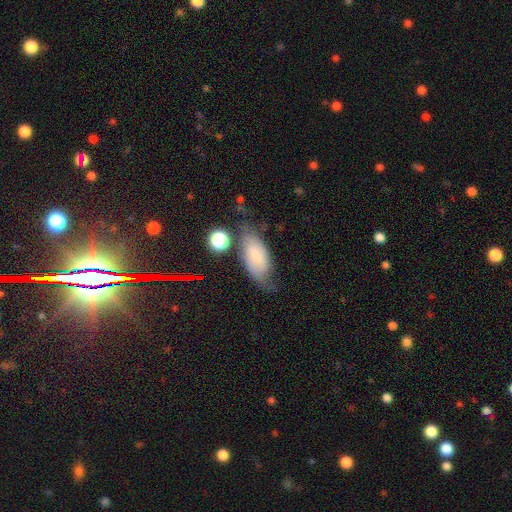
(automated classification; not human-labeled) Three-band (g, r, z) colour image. It shows a smooth galaxy with no disk features (53%) that is in between round and cigar-shaped (85%). Merging: none (53%).